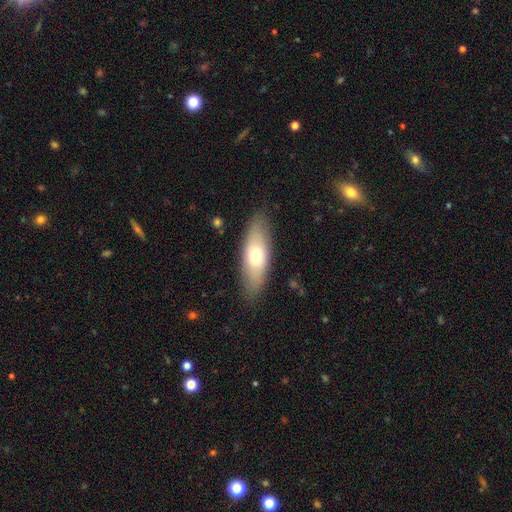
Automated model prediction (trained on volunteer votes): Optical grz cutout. It shows a smooth galaxy with no disk features (65%) that is in between round and cigar-shaped (70%). Merging: none (85%).